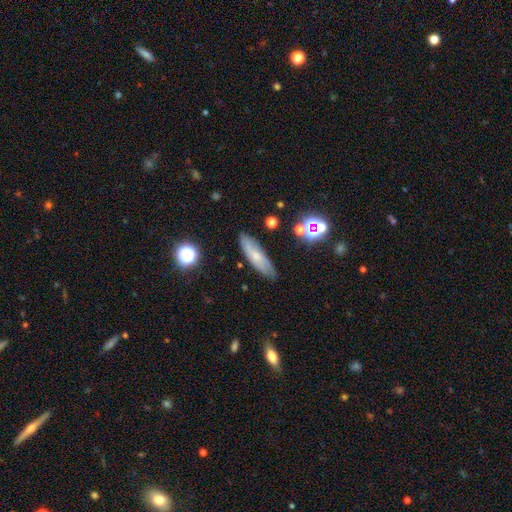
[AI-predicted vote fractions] Smooth or featured? Predicted: smooth (p=0.57). How rounded? Predicted: cigar-shaped (p=0.59). Merging? Predicted: none (p=0.81).